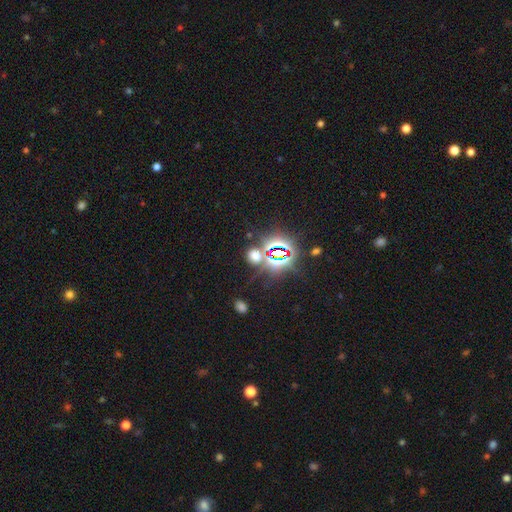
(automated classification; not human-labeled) Smooth or featured? star or artifact (54%)